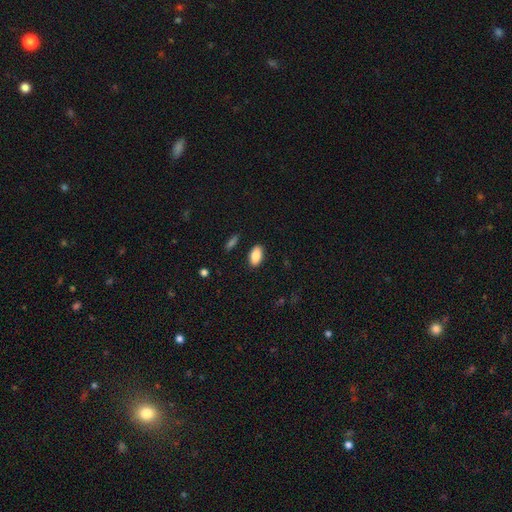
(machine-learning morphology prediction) type=smooth (87%); roundness=in between (93%); merging=none (88%).